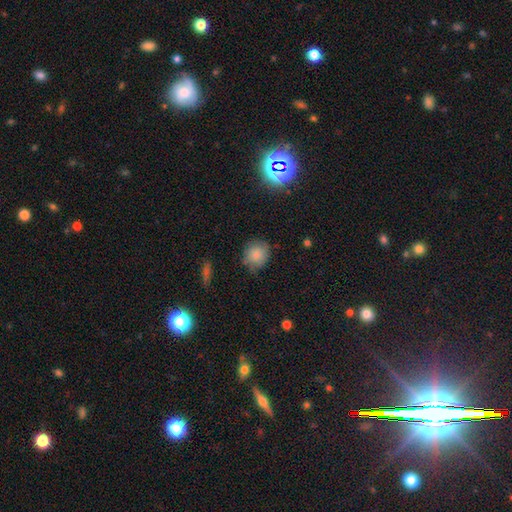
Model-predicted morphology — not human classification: This appears to be a smooth galaxy with no disk features (81%) that is round (80%). Merging: none (69%).